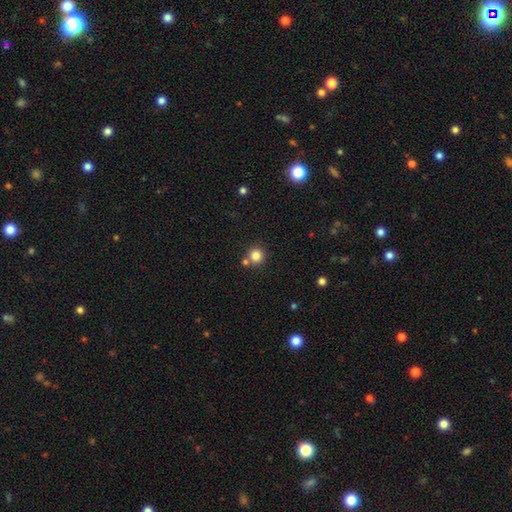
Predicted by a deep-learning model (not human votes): Overall: smooth (82%). How rounded: round (94%). Merging: none (75%).